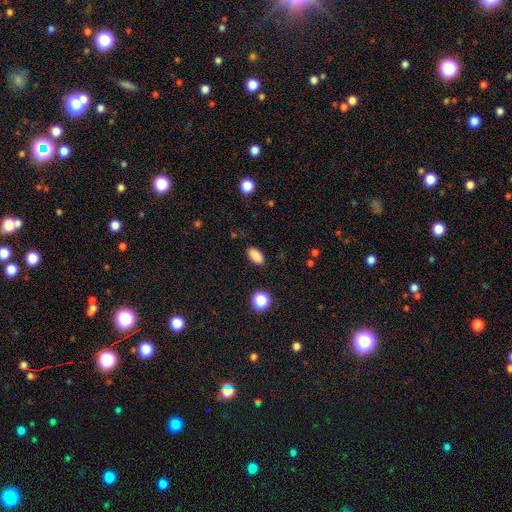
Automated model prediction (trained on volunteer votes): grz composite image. It shows a smooth galaxy with no disk features (86%) that is in between round and cigar-shaped (90%). Merging: none (88%).